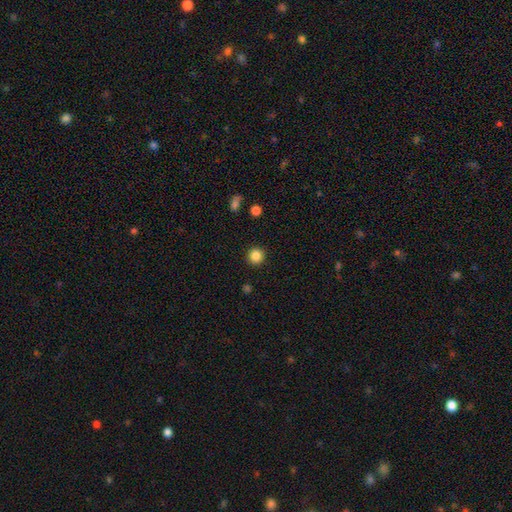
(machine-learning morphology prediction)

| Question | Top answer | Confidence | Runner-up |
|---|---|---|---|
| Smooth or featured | smooth | 86% | star or artifact (11%) |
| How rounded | round | 95% | in between (4%) |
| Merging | none | 92% | minor disturbance (5%) |